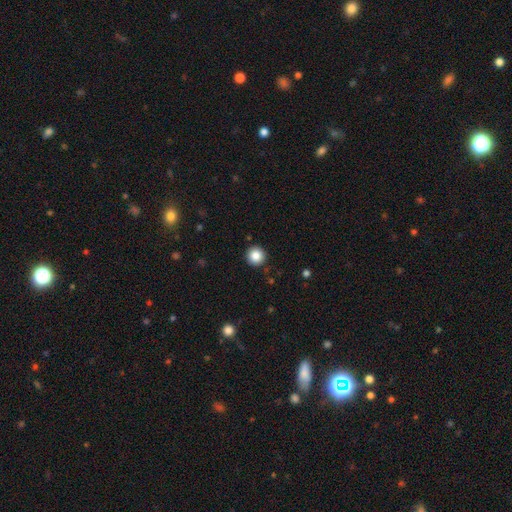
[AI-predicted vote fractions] Smooth or featured: smooth — 86% (star or artifact — 10%)
How rounded: round — 96% (in between — 3%)
Merging: none — 92% (minor disturbance — 5%)